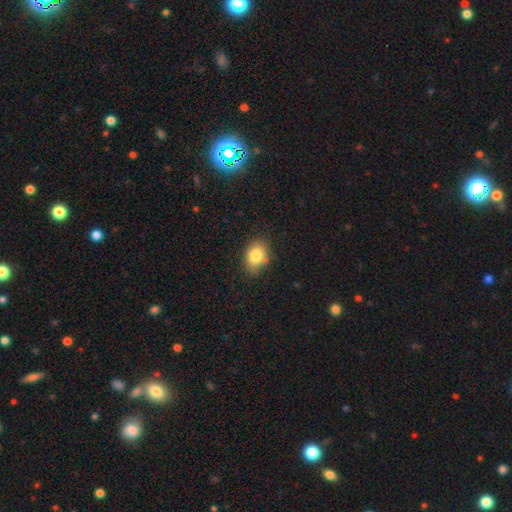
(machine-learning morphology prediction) Smooth or featured? smooth (82%)
How rounded? in between (62%)
Merging? none (77%)